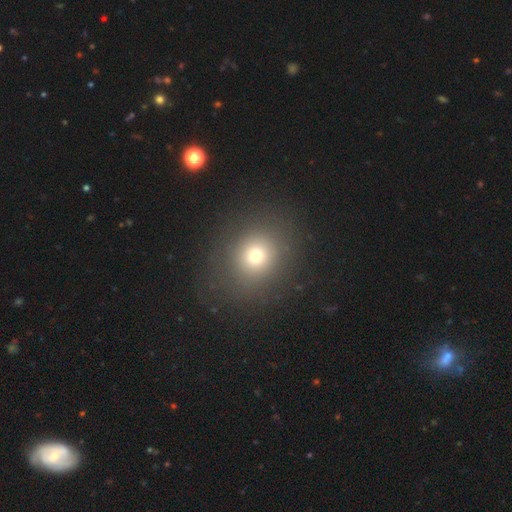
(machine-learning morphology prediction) smooth_or_featured: smooth (p=0.71) [alt: star or artifact p=0.18]
how_rounded: round (p=0.77) [alt: in between p=0.22]
merging: none (p=0.85) [alt: minor disturbance p=0.09]